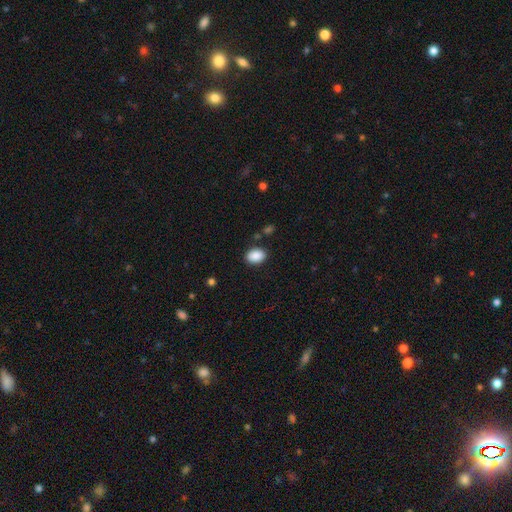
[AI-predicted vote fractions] Q: Smooth or featured?
A: smooth (89%); runner-up: star or artifact (8%)
Q: How rounded?
A: in between (75%); runner-up: round (24%)
Q: Merging?
A: none (85%); runner-up: minor disturbance (9%)